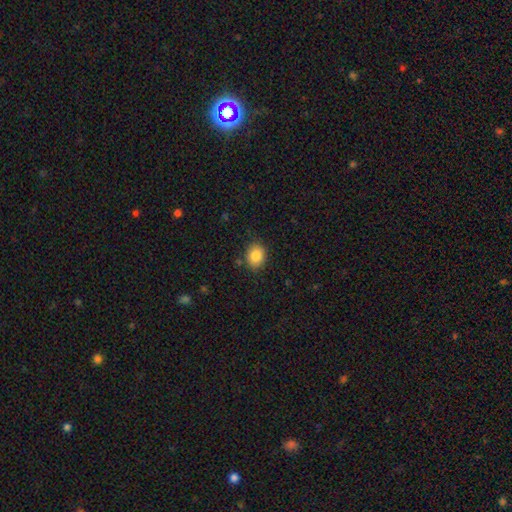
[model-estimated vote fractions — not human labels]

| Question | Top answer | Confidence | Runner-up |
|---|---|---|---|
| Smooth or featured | smooth | 86% | star or artifact (9%) |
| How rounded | in between | 52% | round (47%) |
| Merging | none | 85% | minor disturbance (11%) |